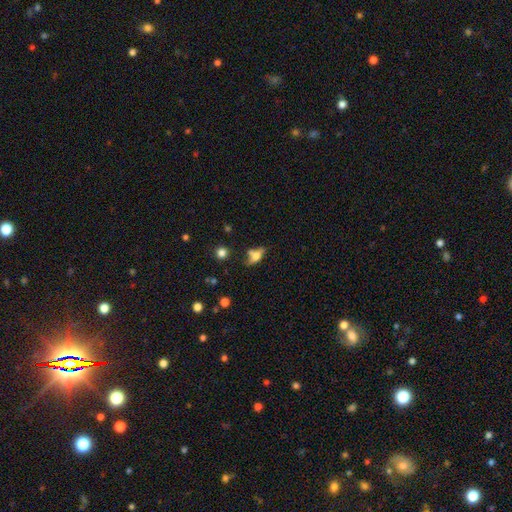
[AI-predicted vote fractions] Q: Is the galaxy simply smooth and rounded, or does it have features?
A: smooth — 54%.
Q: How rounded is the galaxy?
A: in between — 70%.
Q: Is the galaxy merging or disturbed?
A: none — 52%.